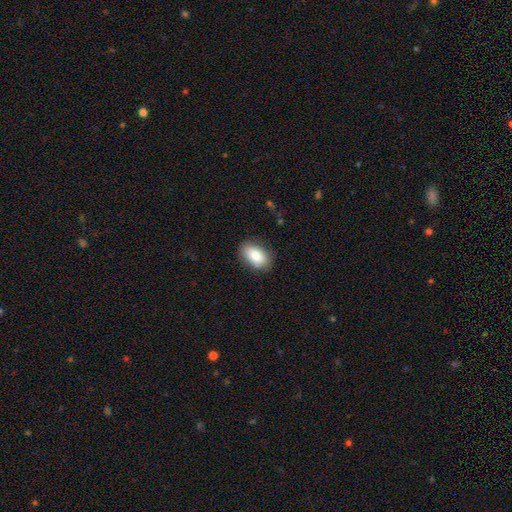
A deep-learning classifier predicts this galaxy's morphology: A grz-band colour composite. It shows a smooth galaxy with no disk features (82%) that is in between round and cigar-shaped (89%). Merging: none (84%).